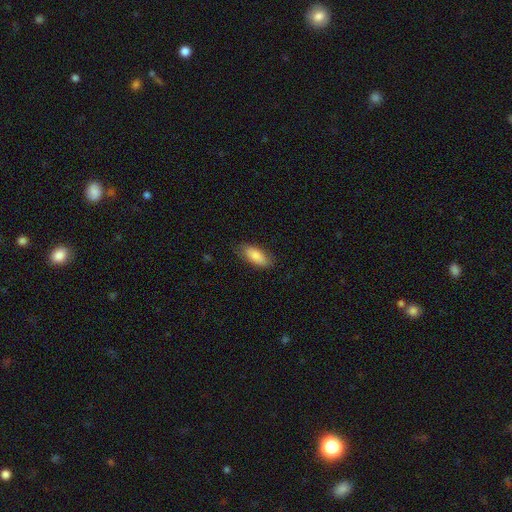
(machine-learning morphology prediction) Overall: smooth (85%). How rounded: in between (84%). Merging: none (80%).